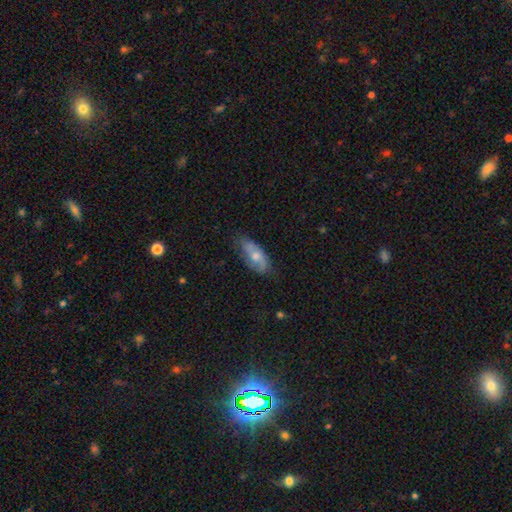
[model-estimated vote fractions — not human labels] smooth-or-featured: smooth: 49% | featured or disk: 45% | star or artifact: 6%
  merging: none: 68% | minor disturbance: 25% | major disturbance: 6% | merger: 1%